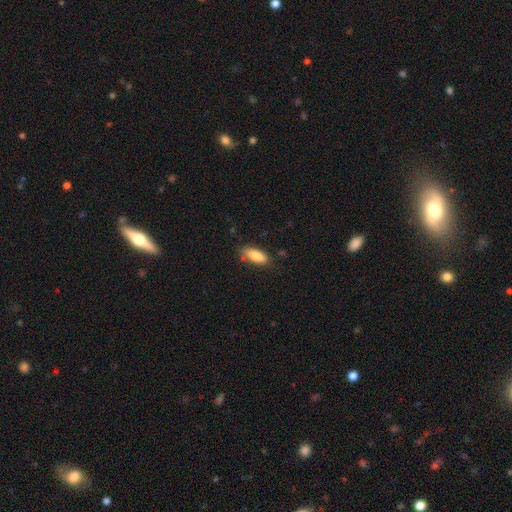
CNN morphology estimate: smooth 85%, featured or disk 9%, star or artifact 7%. Down the decision tree: how rounded — in between (75%); merging — none (76%).